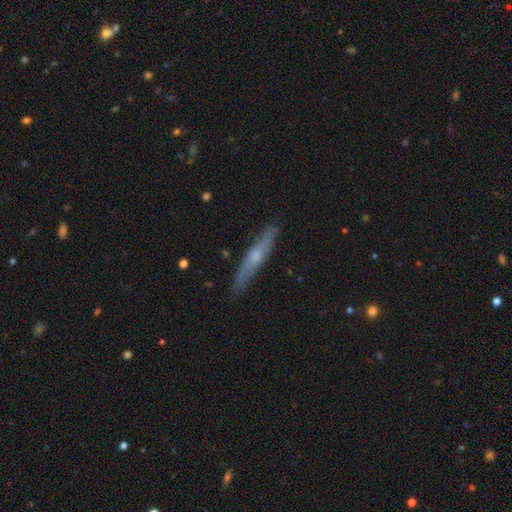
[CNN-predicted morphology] A featured or disk galaxy (61%) viewed edge-on (87%) with a rounded central bulge (71%). Merging: none (85%).